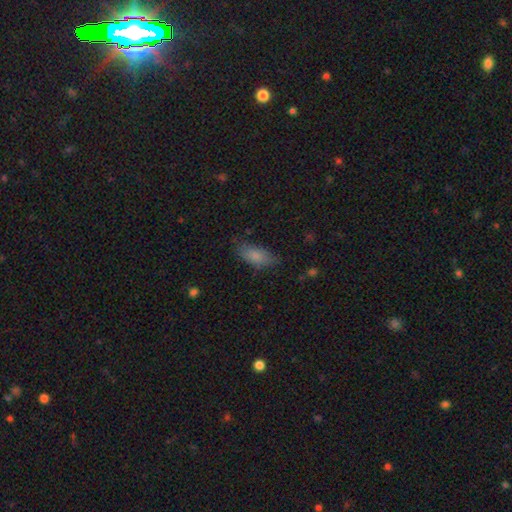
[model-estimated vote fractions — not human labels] Smooth or featured? Predicted: smooth (p=0.84). How rounded? Predicted: in between (p=0.82). Merging? Predicted: none (p=0.75).